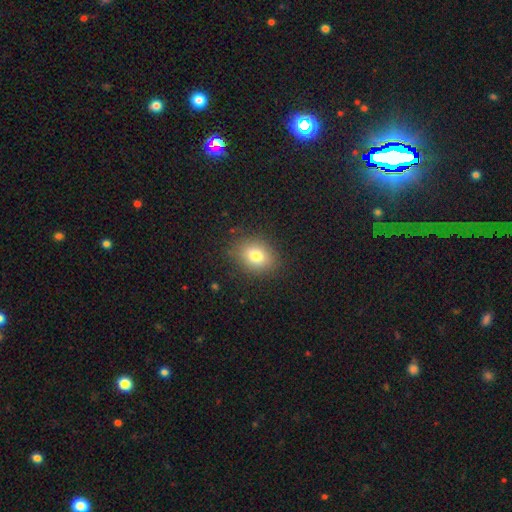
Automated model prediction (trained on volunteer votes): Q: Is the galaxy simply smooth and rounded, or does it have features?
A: smooth — 79%.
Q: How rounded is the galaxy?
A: in between — 57%.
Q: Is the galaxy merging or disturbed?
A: none — 85%.